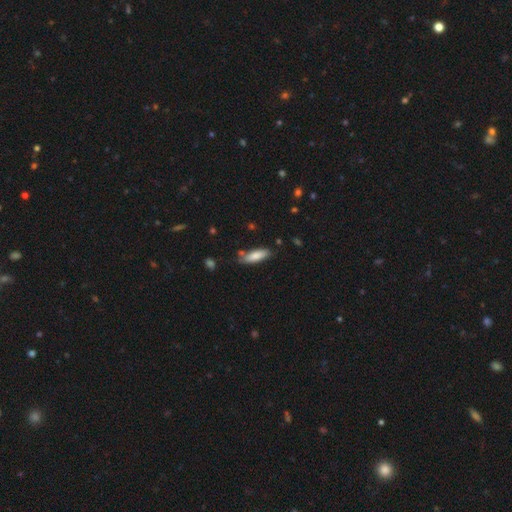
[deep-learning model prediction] Smooth or featured?
  - smooth: 81% *
  - featured or disk: 13%
  - star or artifact: 6%
How rounded?
  - cigar-shaped: 52% *
  - in between: 46%
  - round: 1%
Merging?
  - none: 77% *
  - minor disturbance: 16%
  - merger: 4%
  - major disturbance: 3%